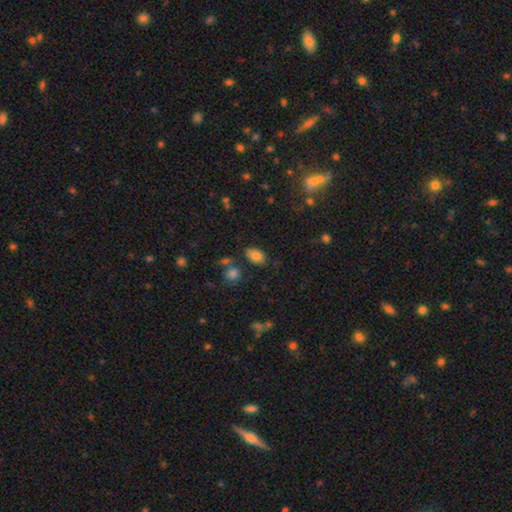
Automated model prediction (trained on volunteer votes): smooth-or-featured: smooth: 81% | star or artifact: 11% | featured or disk: 9%
  how-rounded: in between: 88% | round: 10% | cigar-shaped: 2%
  merging: none: 77% | minor disturbance: 13% | merger: 6% | major disturbance: 4%